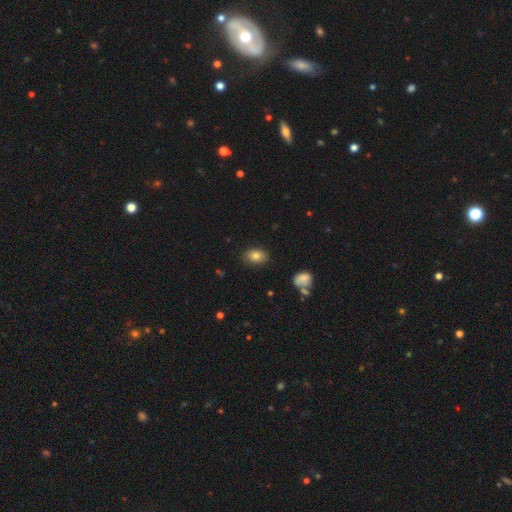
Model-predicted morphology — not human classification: The model was most divided on "how rounded": in between: 80%, round: 19%, cigar-shaped: 1%. More confident: merging — none (80%); smooth or featured — smooth (80%).